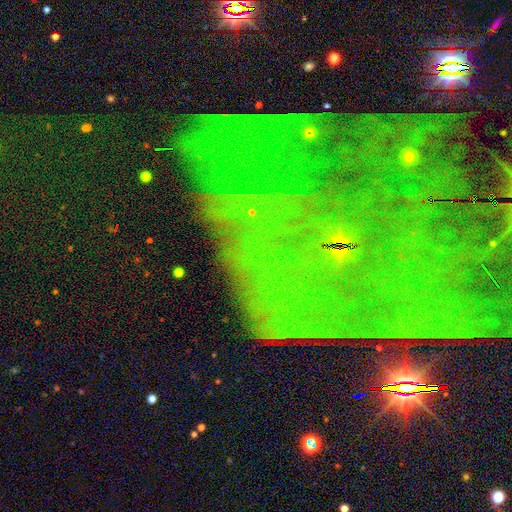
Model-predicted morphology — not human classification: Smooth or featured? star or artifact (74%)